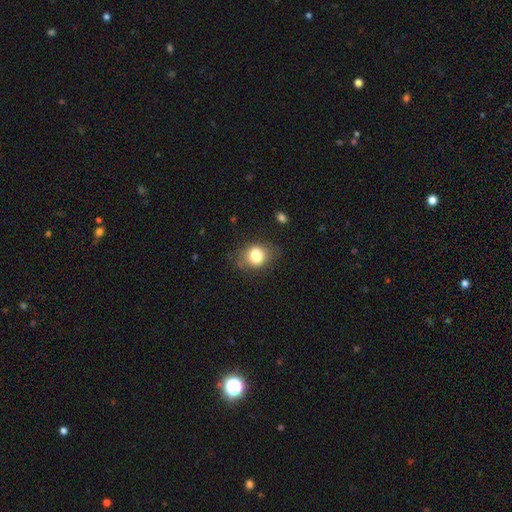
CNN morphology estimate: smooth-or-featured: smooth: 79% | featured or disk: 11% | star or artifact: 10%
  how-rounded: round: 58% | in between: 41% | cigar-shaped: 1%
  merging: none: 74% | minor disturbance: 18% | major disturbance: 6% | merger: 2%